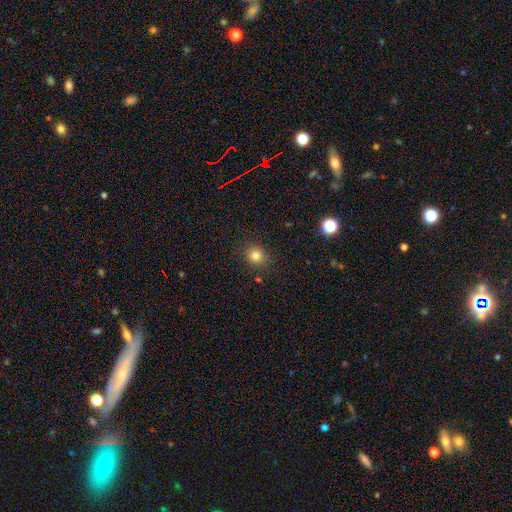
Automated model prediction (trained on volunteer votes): This appears to be a smooth galaxy with no disk features (81%) that is round (85%). Merging: none (87%).